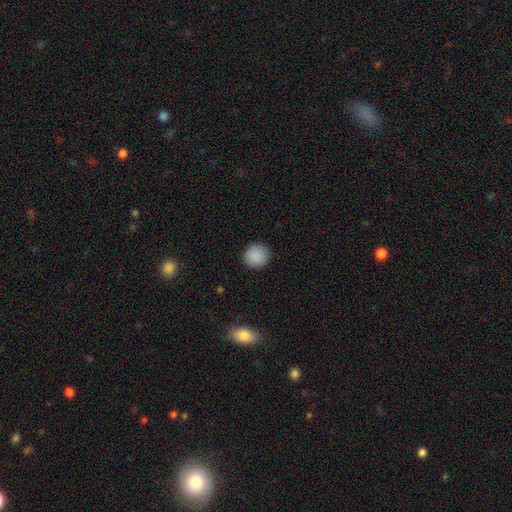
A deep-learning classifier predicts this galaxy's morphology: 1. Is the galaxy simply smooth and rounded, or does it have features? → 89% smooth, 8% star or artifact, 3% featured or disk.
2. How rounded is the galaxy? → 93% round, 6% in between, 1% cigar-shaped.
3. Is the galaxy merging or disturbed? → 91% none, 6% minor disturbance, 2% major disturbance, 1% merger.